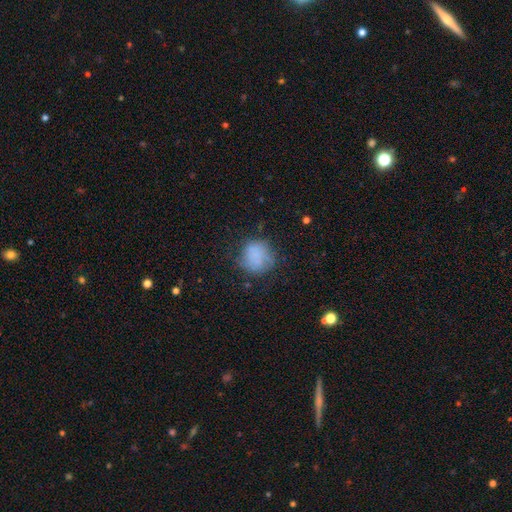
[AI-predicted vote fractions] smooth_or_featured: smooth (p=0.75) [alt: featured or disk p=0.15]
how_rounded: round (p=0.84) [alt: in between p=0.15]
merging: none (p=0.61) [alt: minor disturbance p=0.24]